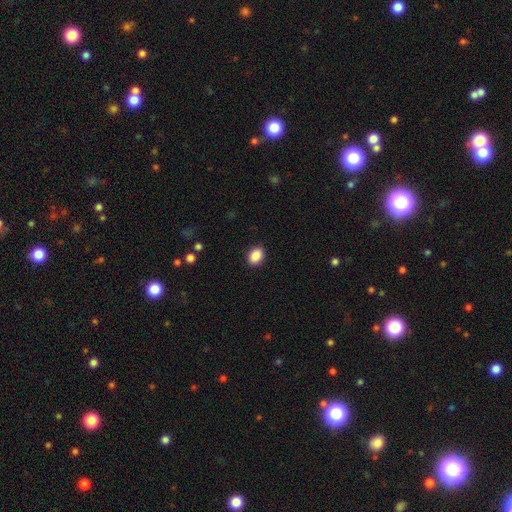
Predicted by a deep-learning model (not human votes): smooth 89%, star or artifact 8%, featured or disk 3%. Down the decision tree: how rounded — in between (70%); merging — none (90%).